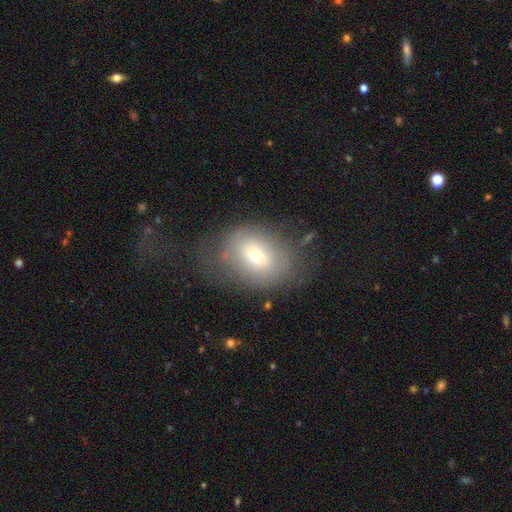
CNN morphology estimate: Overall: smooth (62%; featured or disk 26%). How rounded: in between (62%; round 37%). Merging: none (50%; major disturbance 24%).